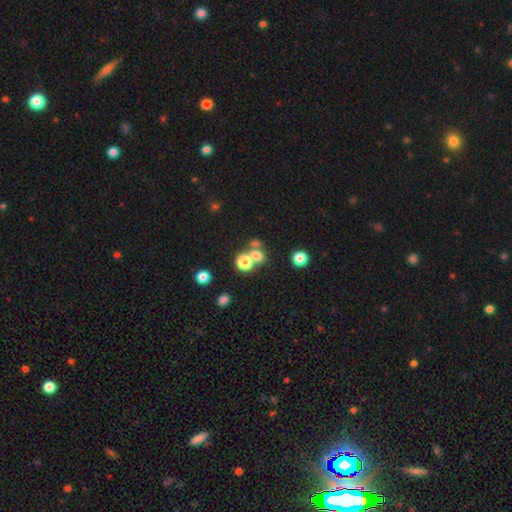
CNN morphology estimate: type=smooth (67%); roundness=round (71%); merging=none (46%).